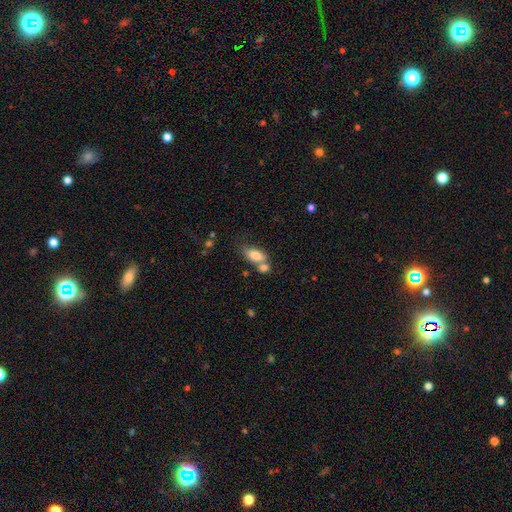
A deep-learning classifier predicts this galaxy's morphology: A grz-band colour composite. It shows a smooth galaxy with no disk features (79%) that is in between round and cigar-shaped (87%). Merging: merger (42%).